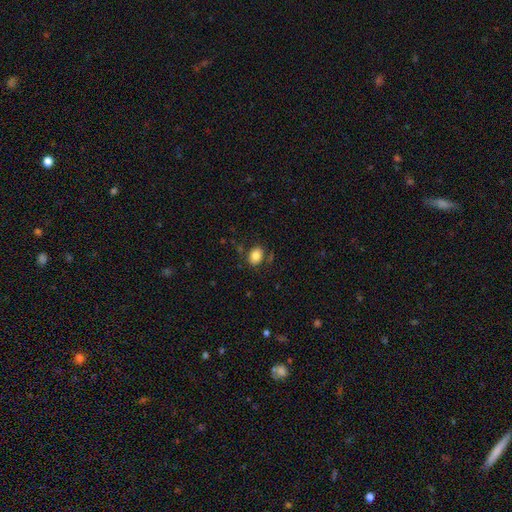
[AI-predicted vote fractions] Overall: smooth (82%). How rounded: in between (68%; round 31%). Merging: none (79%).